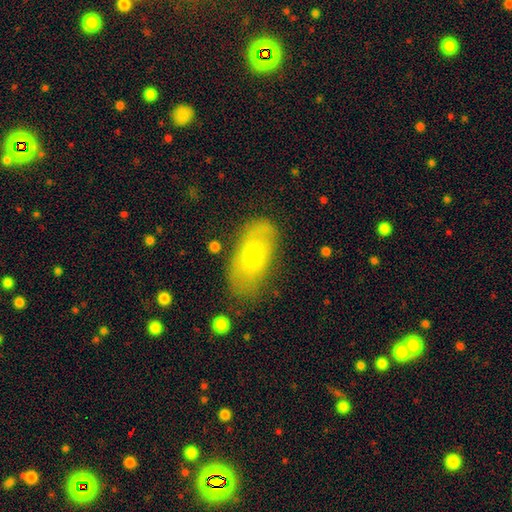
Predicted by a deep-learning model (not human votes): The model was most divided on "smooth or featured": smooth: 55%, featured or disk: 35%, star or artifact: 10%. More confident: how rounded — in between (89%); merging — none (74%).